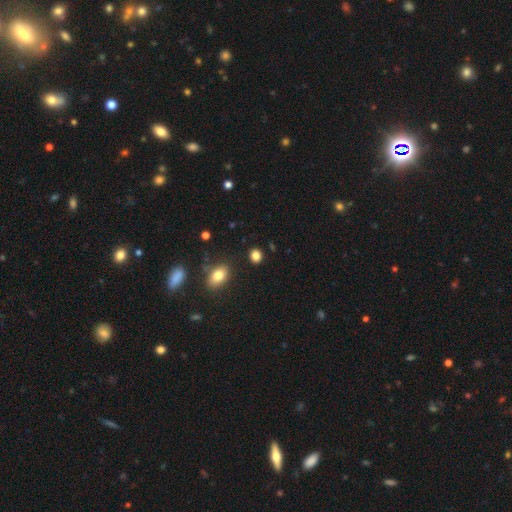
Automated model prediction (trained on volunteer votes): Morphology: type=smooth (84%); roundness=round (66%); merging=none (87%).